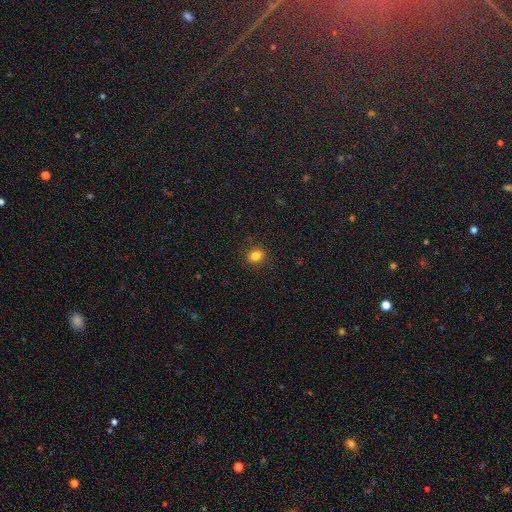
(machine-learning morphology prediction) Smooth or featured: smooth — 83% (star or artifact — 12%)
How rounded: round — 69% (in between — 30%)
Merging: none — 90% (minor disturbance — 7%)